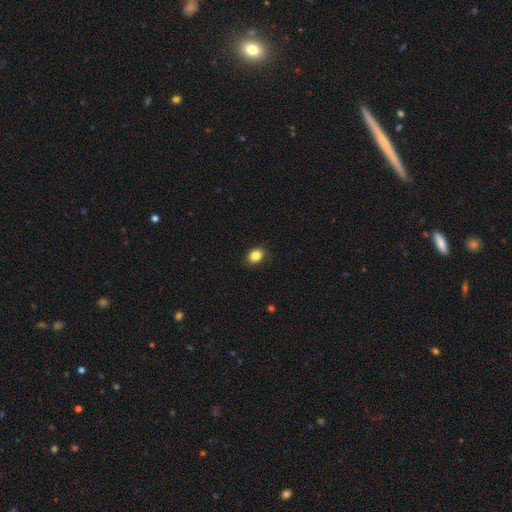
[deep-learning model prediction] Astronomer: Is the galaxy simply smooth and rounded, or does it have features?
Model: smooth — 85%.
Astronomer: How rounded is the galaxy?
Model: in between — 57% (runner-up: round, 42%).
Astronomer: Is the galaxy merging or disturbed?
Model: none — 86%.